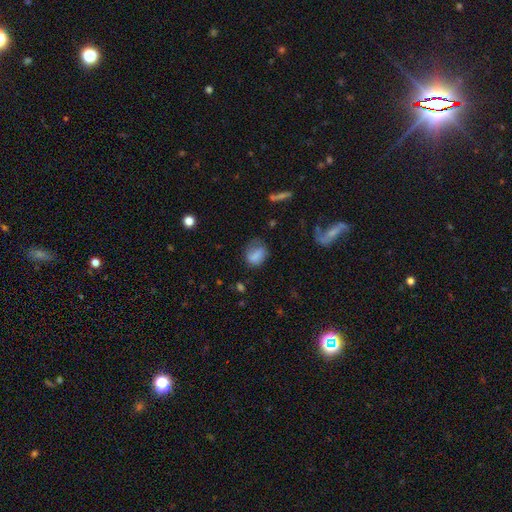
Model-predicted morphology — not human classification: type=smooth (79%); roundness=in between (62%); merging=none (50%).